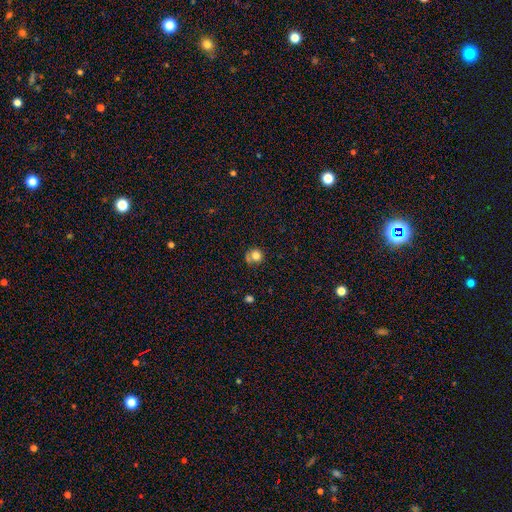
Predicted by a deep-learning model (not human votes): A smooth galaxy with no disk features (79%) that is round (88%).

Vote fractions:
- Smooth or featured? smooth: 79% / star or artifact: 11% / featured or disk: 9%
- How rounded? round: 88% / in between: 11% / cigar-shaped: 1%
- Merging? none: 61% / minor disturbance: 19% / merger: 13% / major disturbance: 7%